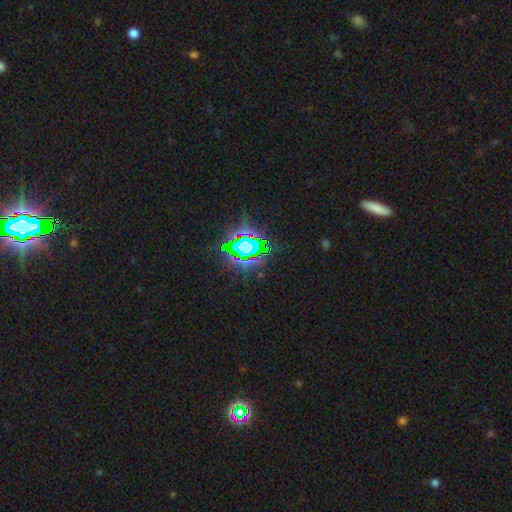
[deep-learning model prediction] A star or artifact, not a galaxy (82%).

Vote fractions:
- Smooth or featured? star or artifact: 82% / smooth: 11% / featured or disk: 8%